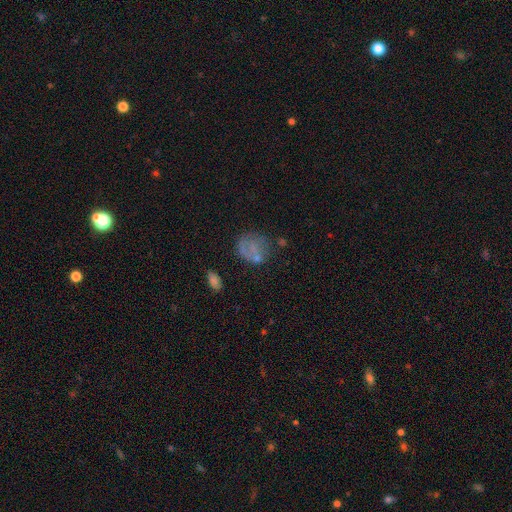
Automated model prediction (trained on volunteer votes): Overall: smooth (49%; featured or disk 31%). Merging: none (52%; minor disturbance 22%).